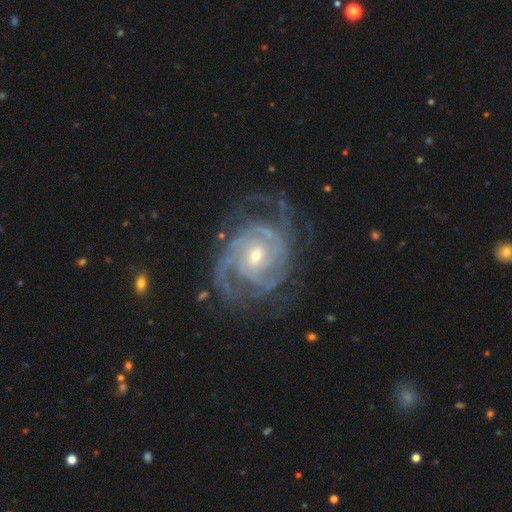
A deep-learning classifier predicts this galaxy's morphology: type=featured or disk (92%); edge-on=no (97%); bar=no (63%); spiral arms=yes (98%); winding=tight (64%); arm count=2 (28%); bulge=small (61%); merging=none (68%).